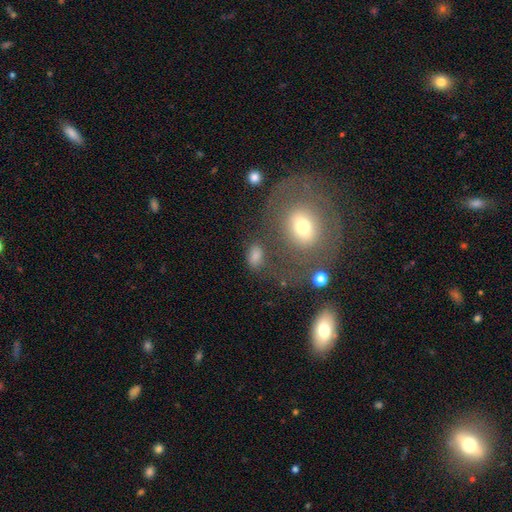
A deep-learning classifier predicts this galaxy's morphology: Overall: smooth (77%). How rounded: in between (83%). Merging: none (64%).